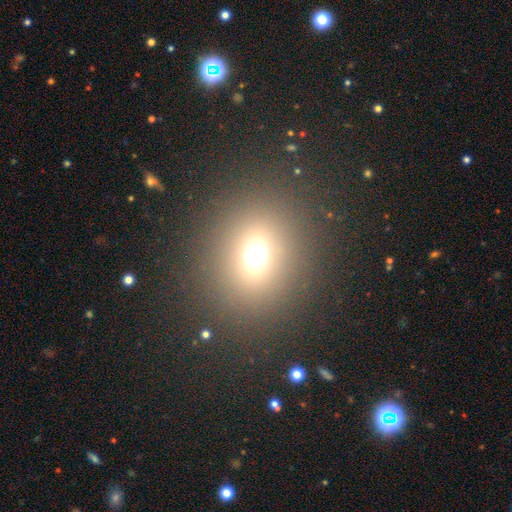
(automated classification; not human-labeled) Smooth or featured? smooth (62%)
How rounded? round (63%)
Merging? none (84%)